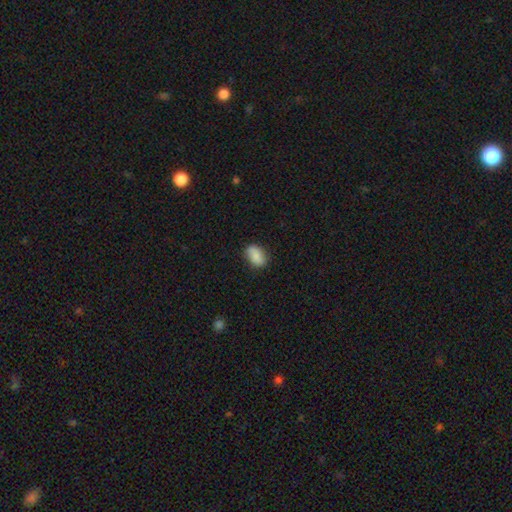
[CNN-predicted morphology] Overall: smooth (85%). How rounded: in between (87%). Merging: none (79%).